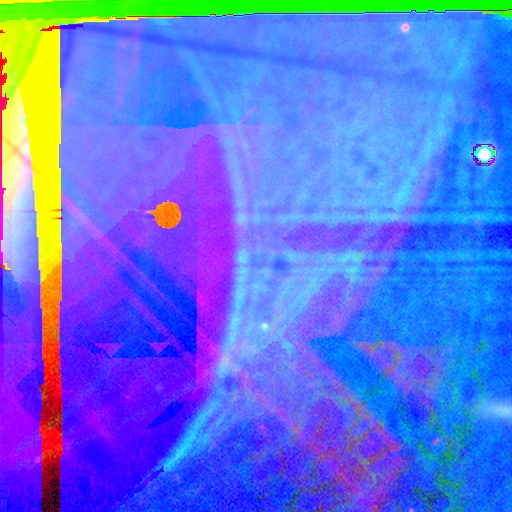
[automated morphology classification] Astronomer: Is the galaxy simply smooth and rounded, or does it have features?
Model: star or artifact — 88%.